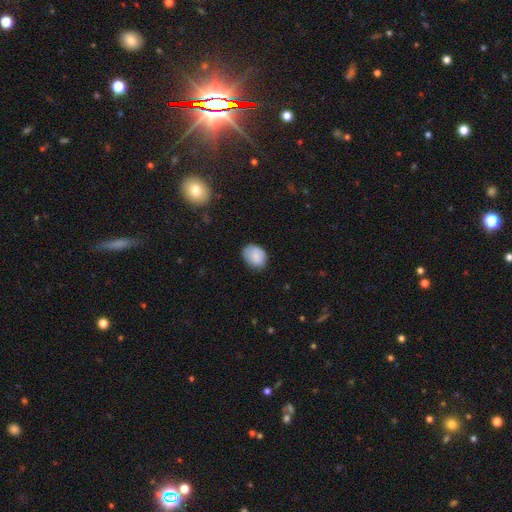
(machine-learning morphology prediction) A smooth galaxy with no disk features (85%) that is in between round and cigar-shaped (67%).

Vote fractions:
- Smooth or featured? smooth: 85% / featured or disk: 8% / star or artifact: 7%
- How rounded? in between: 67% / round: 32% / cigar-shaped: 1%
- Merging? none: 72% / minor disturbance: 23% / major disturbance: 4% / merger: 1%